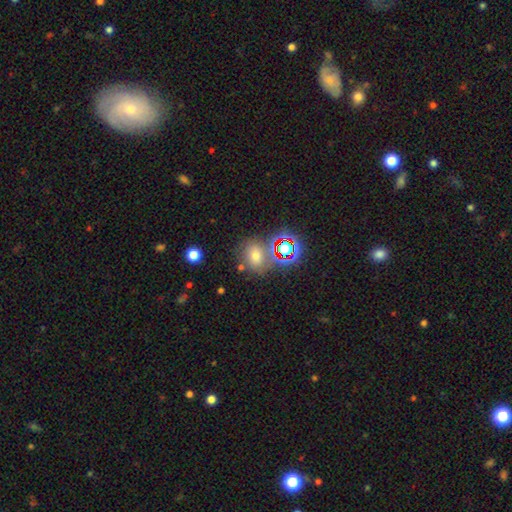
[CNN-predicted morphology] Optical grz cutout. It shows a smooth galaxy with no disk features (40%). Merging: none (53%).